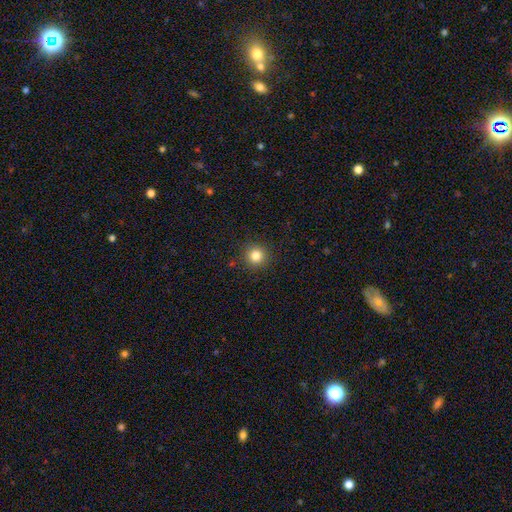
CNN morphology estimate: Smooth or featured?
  - smooth: 83% *
  - star or artifact: 12%
  - featured or disk: 5%
How rounded?
  - round: 94% *
  - in between: 5%
  - cigar-shaped: 1%
Merging?
  - none: 91% *
  - minor disturbance: 6%
  - major disturbance: 2%
  - merger: 1%